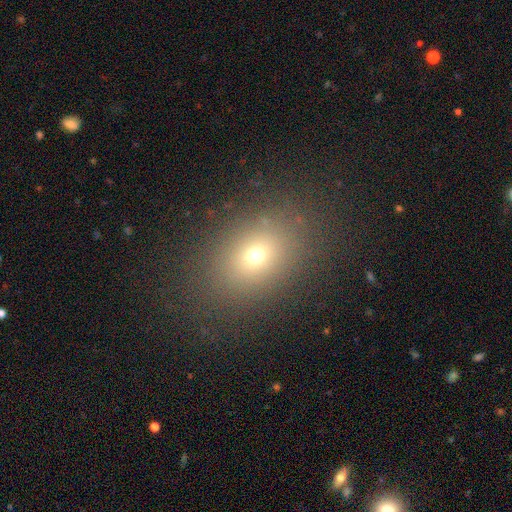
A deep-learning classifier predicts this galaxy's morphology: Smooth or featured?
  - smooth: 67% *
  - star or artifact: 20%
  - featured or disk: 13%
How rounded?
  - in between: 64% *
  - round: 35%
  - cigar-shaped: 1%
Merging?
  - none: 83% *
  - minor disturbance: 10%
  - major disturbance: 6%
  - merger: 2%